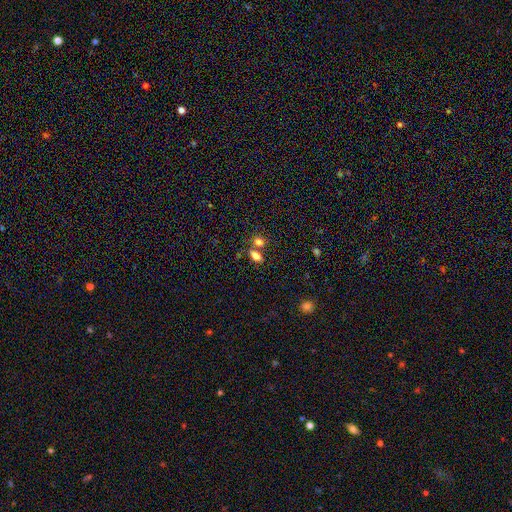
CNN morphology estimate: smooth-or-featured: smooth: 79% | star or artifact: 12% | featured or disk: 9%
  how-rounded: in between: 83% | round: 12% | cigar-shaped: 5%
  merging: none: 53% | merger: 33% | minor disturbance: 10% | major disturbance: 4%